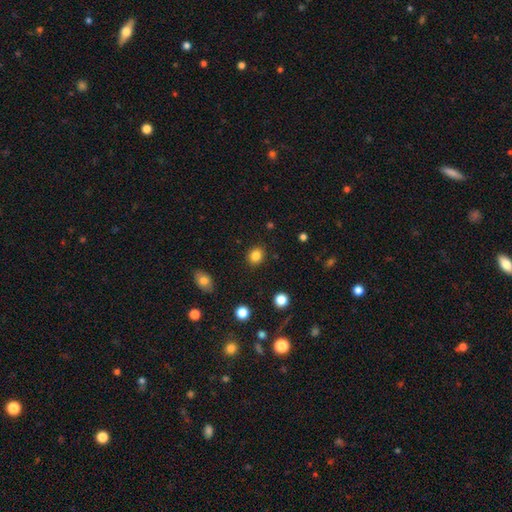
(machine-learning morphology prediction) Smooth or featured? smooth (84%)
How rounded? round (71%)
Merging? none (89%)